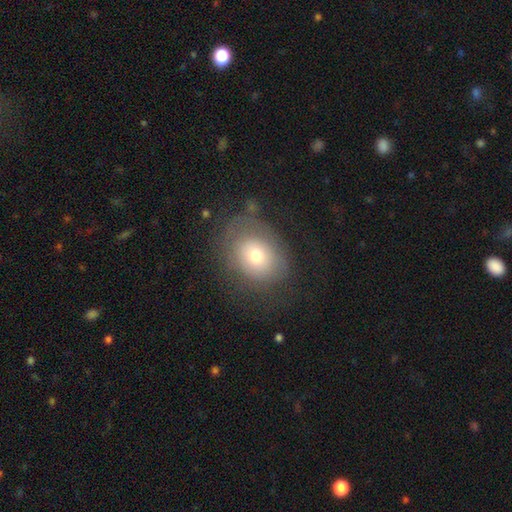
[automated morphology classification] This appears to be a smooth galaxy with no disk features (66%) that is in between round and cigar-shaped (52%). Merging: none (64%).